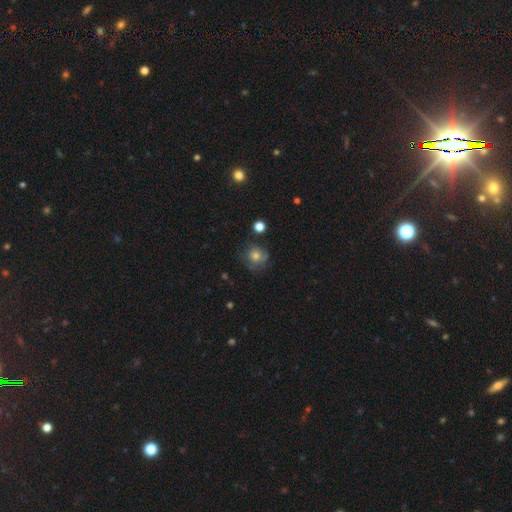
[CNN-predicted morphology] Q: Smooth or featured?
A: smooth (67%); runner-up: featured or disk (19%)
Q: How rounded?
A: round (85%); runner-up: in between (14%)
Q: Merging?
A: none (65%); runner-up: minor disturbance (21%)